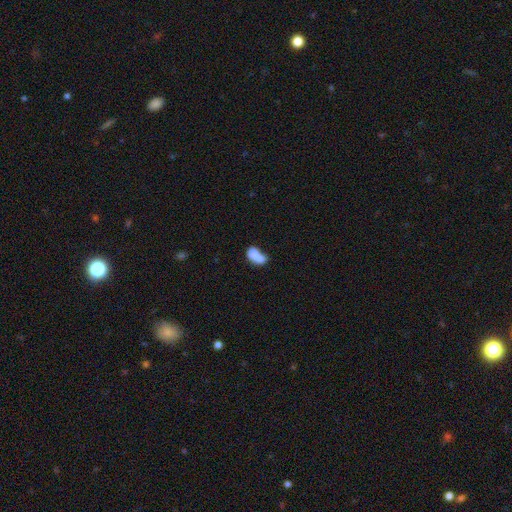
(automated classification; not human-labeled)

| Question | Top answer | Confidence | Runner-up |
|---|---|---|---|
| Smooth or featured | smooth | 71% | featured or disk (20%) |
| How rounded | in between | 82% | cigar-shaped (10%) |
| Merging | merger | 48% | none (25%) |